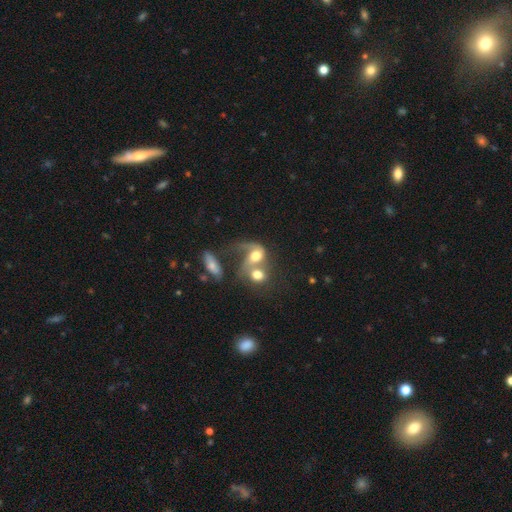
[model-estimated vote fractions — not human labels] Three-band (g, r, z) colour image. It shows a smooth galaxy with no disk features (45%, tied with featured or disk). Merging: merger (74%).